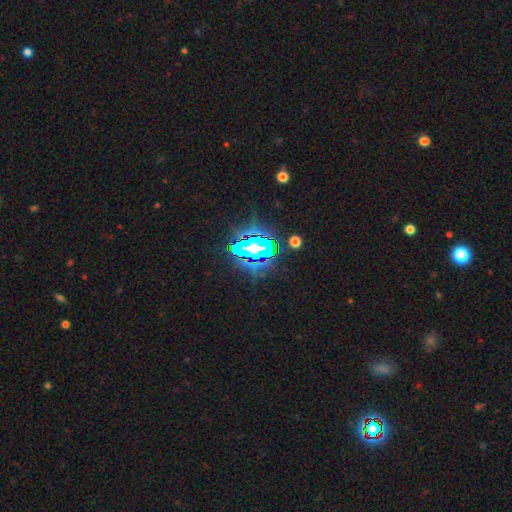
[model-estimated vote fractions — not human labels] smooth_or_featured: star or artifact (p=0.82) [alt: smooth p=0.11]